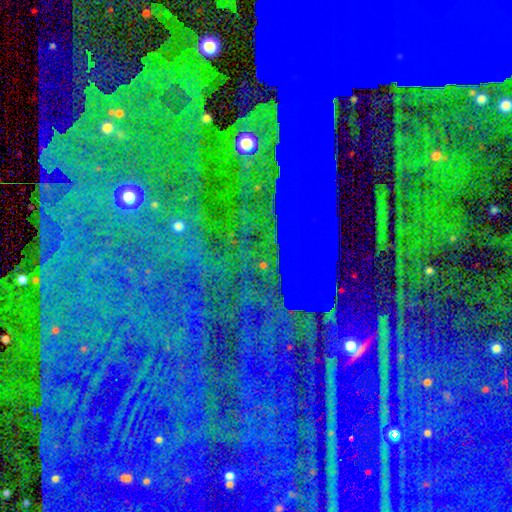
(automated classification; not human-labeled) star or artifact 84%, featured or disk 8%, smooth 7%.